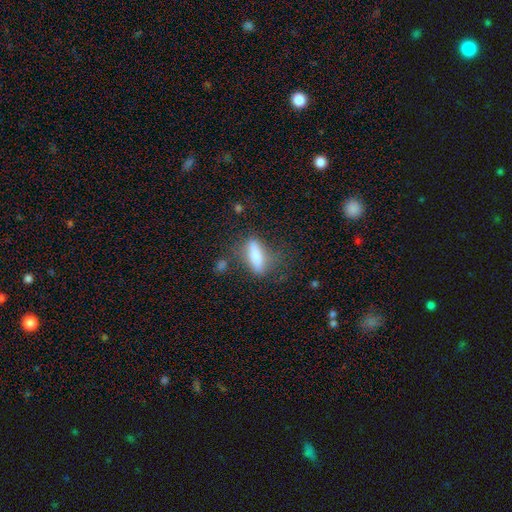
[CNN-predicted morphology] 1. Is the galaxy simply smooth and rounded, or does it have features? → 72% smooth, 20% featured or disk, 8% star or artifact.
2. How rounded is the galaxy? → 52% cigar-shaped, 46% in between, 3% round.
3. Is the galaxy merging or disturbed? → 59% none, 22% minor disturbance, 14% major disturbance, 5% merger.